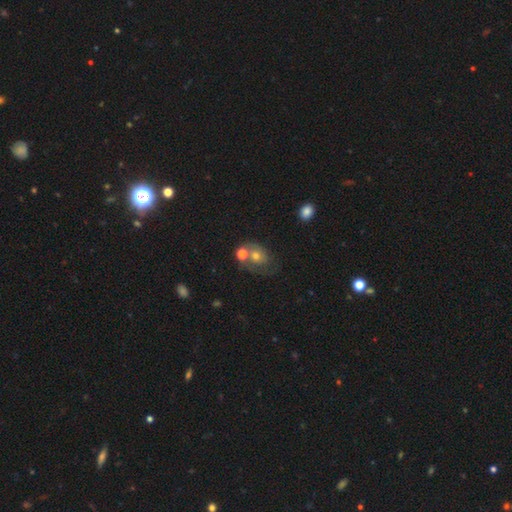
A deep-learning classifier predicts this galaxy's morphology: Smooth or featured? Predicted: smooth (p=0.47). Merging? Predicted: none (p=0.44).